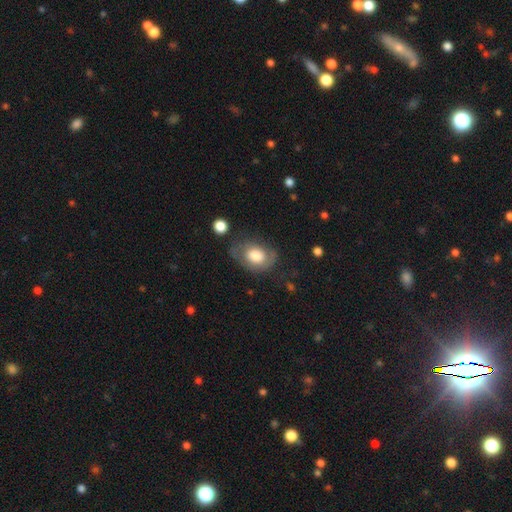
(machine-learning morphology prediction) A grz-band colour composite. It shows a smooth galaxy with no disk features (57%) that is in between round and cigar-shaped (76%). Merging: none (54%).